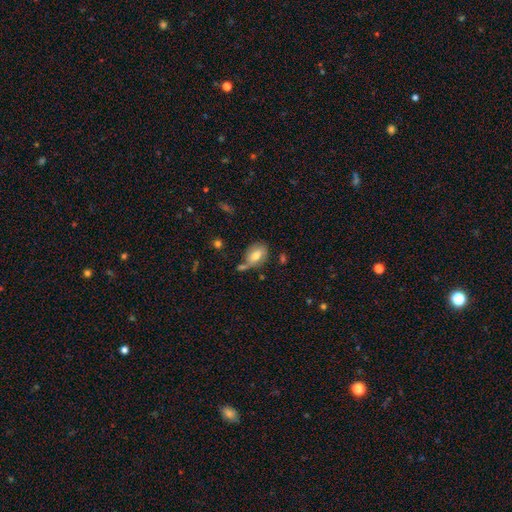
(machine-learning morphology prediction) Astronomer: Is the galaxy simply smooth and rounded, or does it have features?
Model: smooth — 68%.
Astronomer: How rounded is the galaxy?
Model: in between — 81%.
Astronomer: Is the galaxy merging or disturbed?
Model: none — 49%.